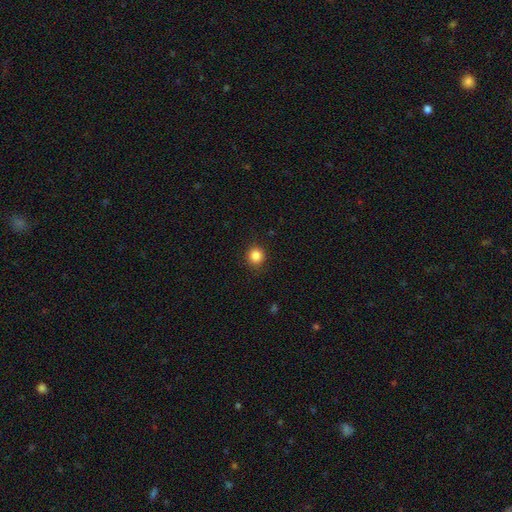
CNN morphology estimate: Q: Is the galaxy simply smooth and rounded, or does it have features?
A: smooth — 85%.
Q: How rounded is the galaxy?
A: round — 91%.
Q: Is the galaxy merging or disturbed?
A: none — 89%.